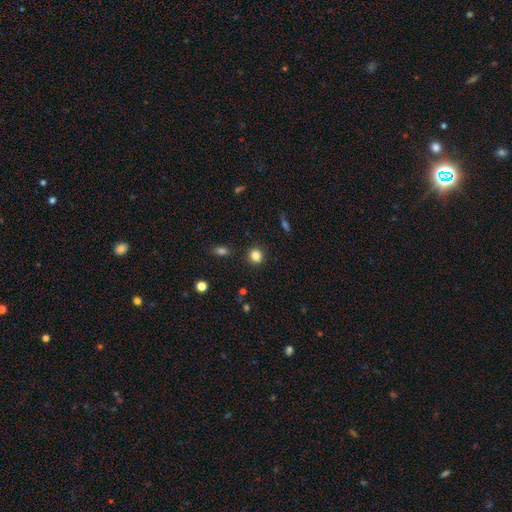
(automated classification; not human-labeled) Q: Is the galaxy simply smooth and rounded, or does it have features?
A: smooth — 84%.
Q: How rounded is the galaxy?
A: round — 88%.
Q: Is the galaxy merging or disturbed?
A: none — 90%.